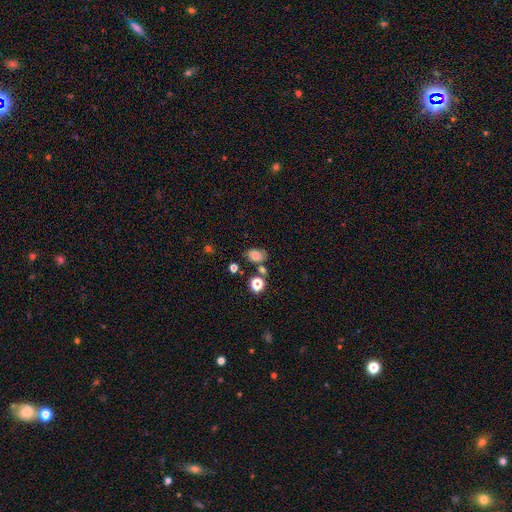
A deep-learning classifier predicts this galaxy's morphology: Q: Smooth or featured?
A: smooth (76%); runner-up: star or artifact (15%)
Q: How rounded?
A: in between (73%); runner-up: round (26%)
Q: Merging?
A: none (64%); runner-up: minor disturbance (17%)